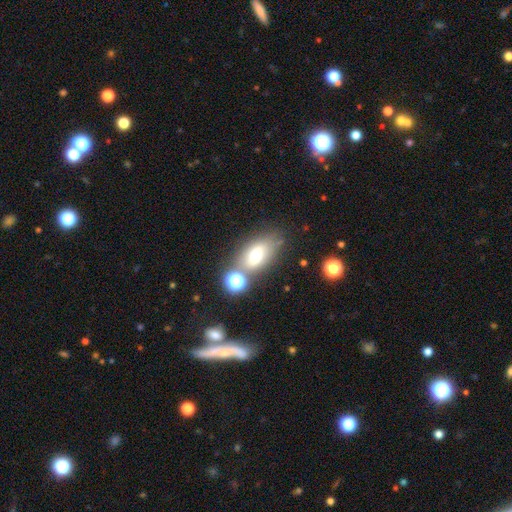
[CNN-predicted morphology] A smooth galaxy with no disk features (63%) that is in between round and cigar-shaped (82%). Merging: none (60%).